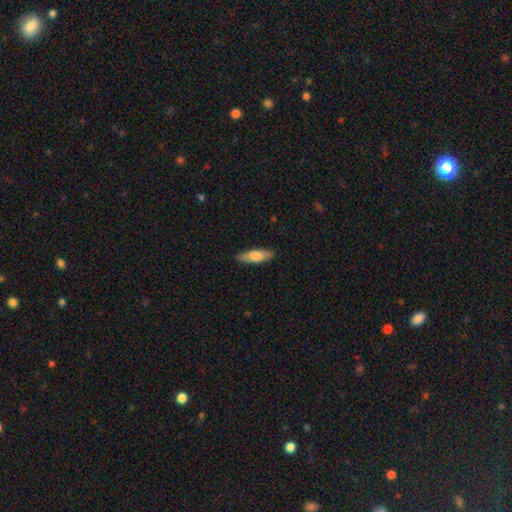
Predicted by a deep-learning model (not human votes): This is likely a smooth galaxy (70%). How rounded: possibly cigar-shaped (50%). Merging: clearly none (85%).